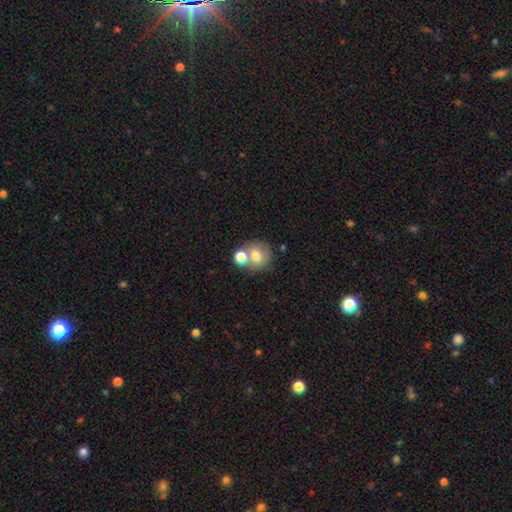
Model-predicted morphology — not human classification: A smooth galaxy with no disk features (72%) that is round (81%).

Vote fractions:
- Smooth or featured? smooth: 72% / featured or disk: 18% / star or artifact: 10%
- How rounded? round: 81% / in between: 18% / cigar-shaped: 1%
- Merging? none: 44% / merger: 43% / minor disturbance: 9% / major disturbance: 4%